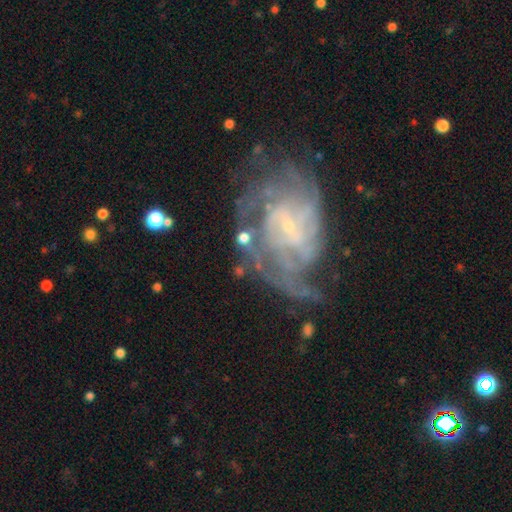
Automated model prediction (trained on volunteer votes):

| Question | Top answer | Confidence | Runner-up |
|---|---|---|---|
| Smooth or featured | featured or disk | 85% | star or artifact (8%) |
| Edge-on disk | no | 97% | yes (3%) |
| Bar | weak | 45% | no (43%) |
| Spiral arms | yes | 91% | no (9%) |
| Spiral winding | tight | 51% | medium (36%) |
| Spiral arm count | can't tell | 40% | 2 (17%) |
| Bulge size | small | 78% | moderate (11%) |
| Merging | none | 52% | major disturbance (22%) |